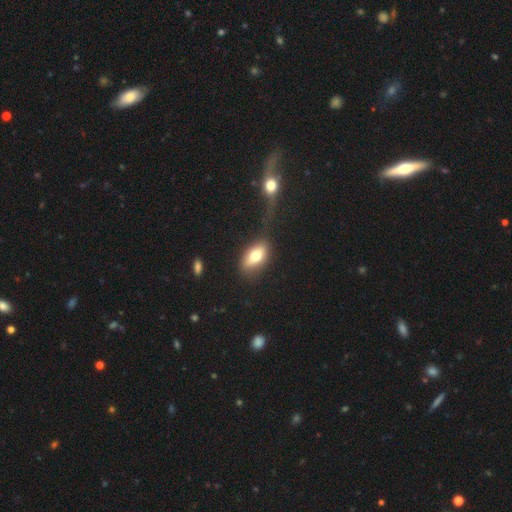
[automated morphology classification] Overall: smooth (72%). How rounded: in between (87%). Merging: none (61%).